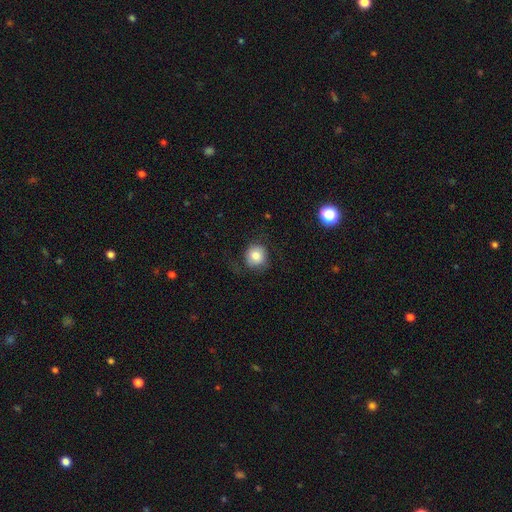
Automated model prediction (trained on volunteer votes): Q: Smooth or featured?
A: smooth (77%); runner-up: featured or disk (14%)
Q: How rounded?
A: round (87%); runner-up: in between (12%)
Q: Merging?
A: none (69%); runner-up: minor disturbance (18%)